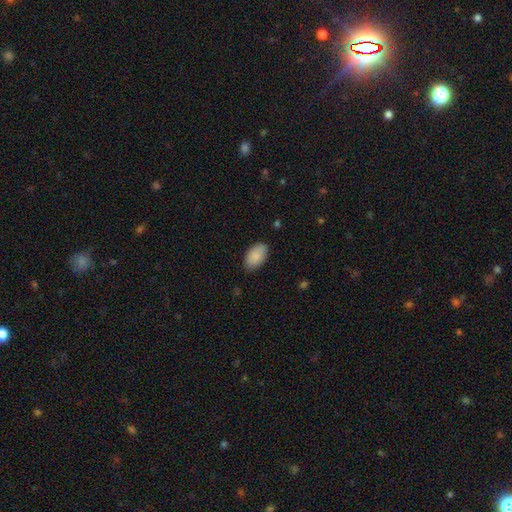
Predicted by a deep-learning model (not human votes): Smooth or featured: smooth — 89% (star or artifact — 6%)
How rounded: in between — 95% (round — 4%)
Merging: none — 84% (minor disturbance — 12%)